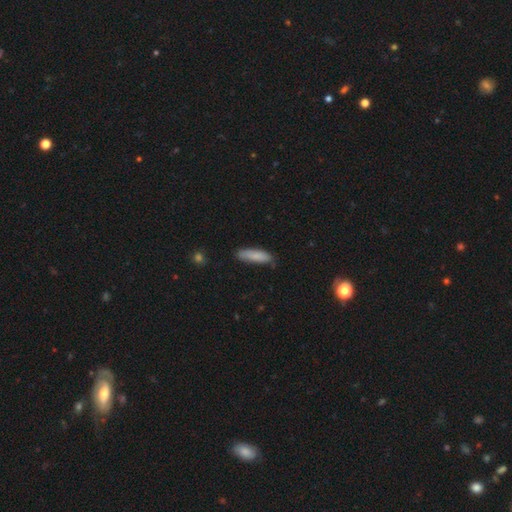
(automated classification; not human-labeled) smooth_or_featured: smooth (p=0.83) [alt: featured or disk p=0.11]
how_rounded: cigar-shaped (p=0.62) [alt: in between p=0.36]
merging: none (p=0.78) [alt: minor disturbance p=0.17]